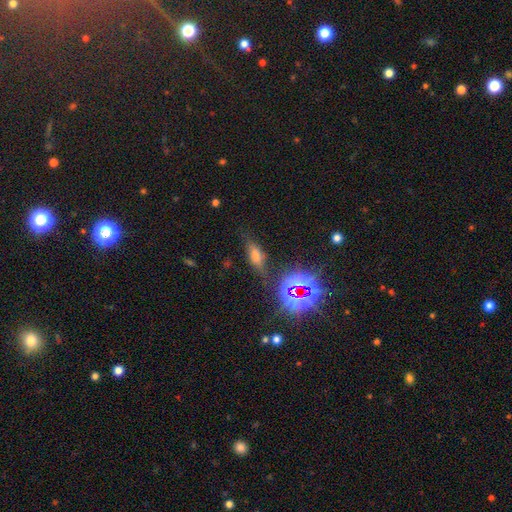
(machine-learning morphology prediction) smooth 45%, featured or disk 28%, star or artifact 27%. Down the decision tree: merging — none (69%).